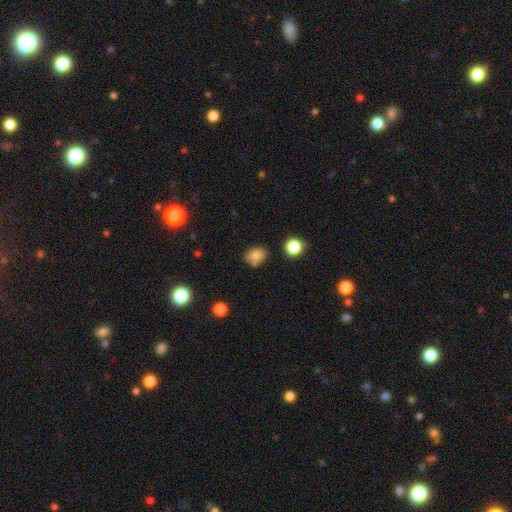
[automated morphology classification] A smooth galaxy with no disk features (80%) that is in between round and cigar-shaped (62%). Merging: none (69%).